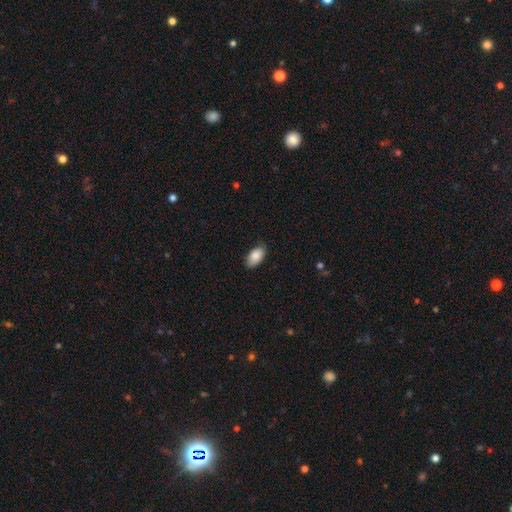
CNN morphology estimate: This is clearly a smooth galaxy (87%). How rounded: clearly in between (94%). Merging: likely none (75%).